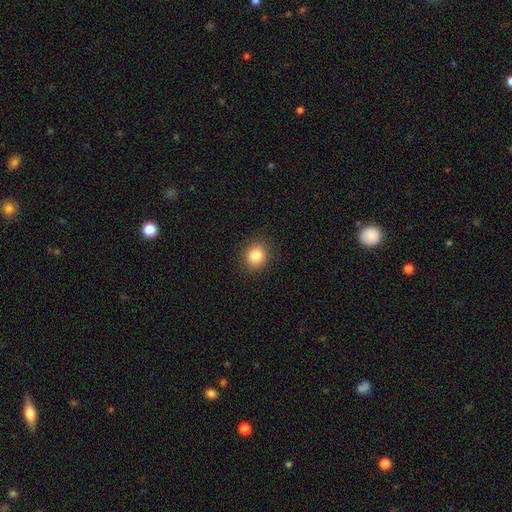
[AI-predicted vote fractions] A smooth galaxy with no disk features (84%) that is round (83%). Merging: none (90%).